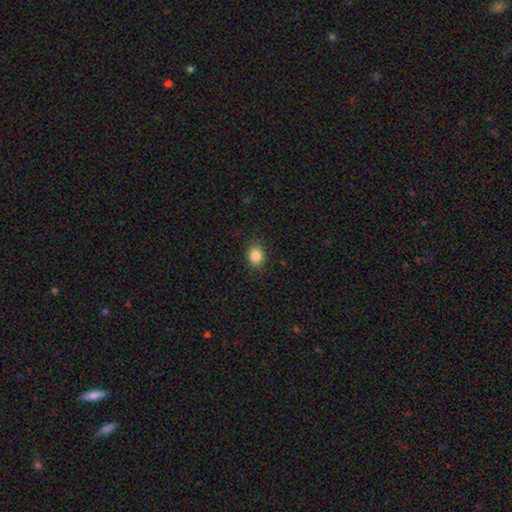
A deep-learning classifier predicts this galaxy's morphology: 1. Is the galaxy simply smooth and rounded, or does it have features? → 85% smooth, 10% star or artifact, 5% featured or disk.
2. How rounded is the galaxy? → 56% round, 43% in between, 1% cigar-shaped.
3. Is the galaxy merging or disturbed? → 88% none, 8% minor disturbance, 2% major disturbance, 1% merger.